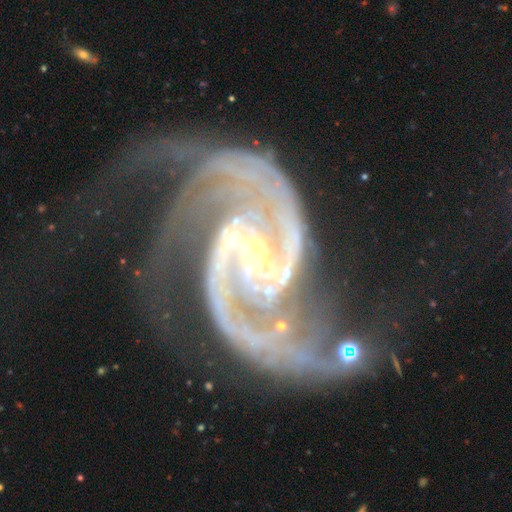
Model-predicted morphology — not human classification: smooth_or_featured: featured or disk (p=0.94) [alt: star or artifact p=0.04]
disk_edge_on: no (p=0.98) [alt: yes p=0.02]
bar: weak (p=0.41) [alt: no p=0.30]
has_spiral_arms: yes (p=0.99) [alt: no p=0.01]
spiral_winding: medium (p=0.53) [alt: loose p=0.29]
spiral_arm_count: 2 (p=0.84) [alt: 3 p=0.04]
bulge_size: small (p=0.70) [alt: moderate p=0.25]
merging: none (p=0.39) [alt: major disturbance p=0.33]